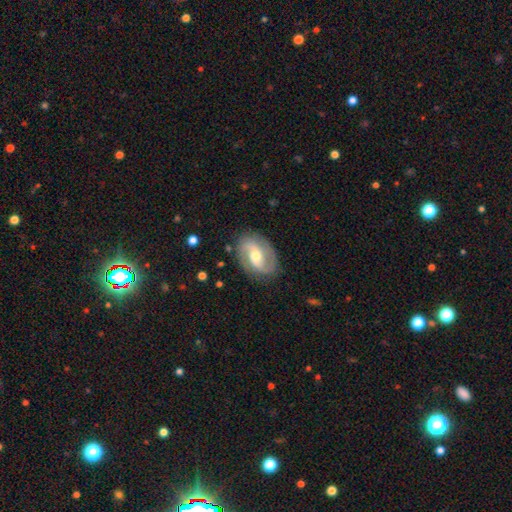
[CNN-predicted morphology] Overall: featured or disk (81%). Edge-on disk: no (97%). Bar: weak (43%; no 30%). Spiral arms: yes (92%). Spiral arm count: 2 (89%). Spiral winding: medium (48%; tight 30%). Bulge size: moderate (68%). Merging: none (83%).